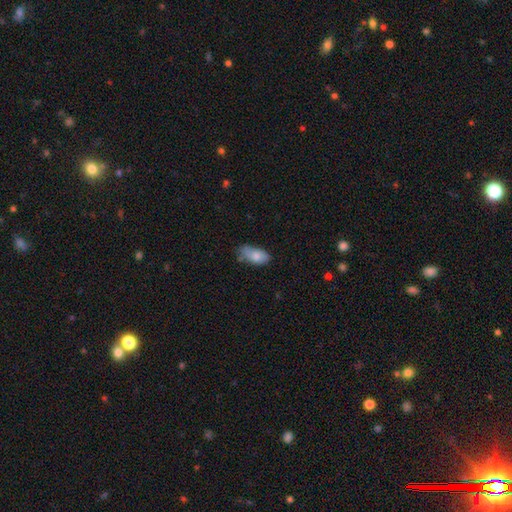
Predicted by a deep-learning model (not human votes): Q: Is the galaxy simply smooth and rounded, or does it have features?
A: smooth — 79%.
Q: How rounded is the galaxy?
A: in between — 91%.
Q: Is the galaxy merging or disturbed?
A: none — 48%.